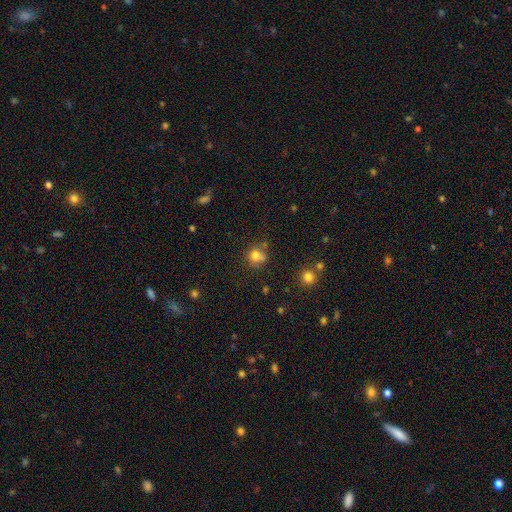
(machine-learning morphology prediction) This appears to be a smooth galaxy with no disk features (74%) that is round (80%). Merging: none (54%).